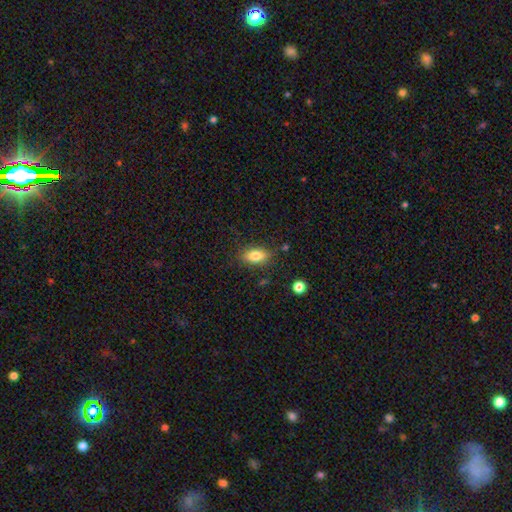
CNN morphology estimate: The model was most divided on "smooth or featured": smooth: 80%, featured or disk: 11%, star or artifact: 9%. More confident: how rounded — in between (86%); merging — none (83%).